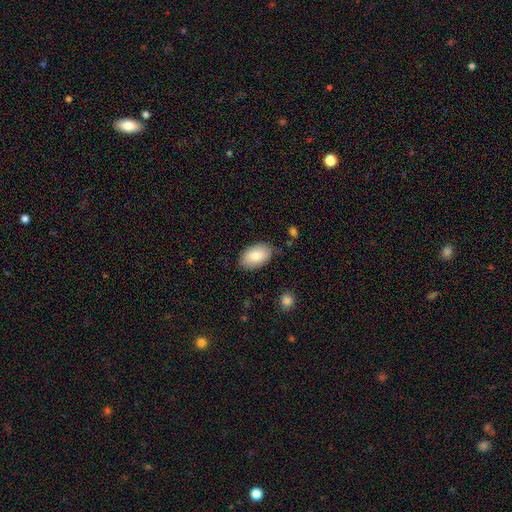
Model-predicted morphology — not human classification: smooth 81%, featured or disk 13%, star or artifact 6%. Down the decision tree: how rounded — in between (94%); merging — none (80%).